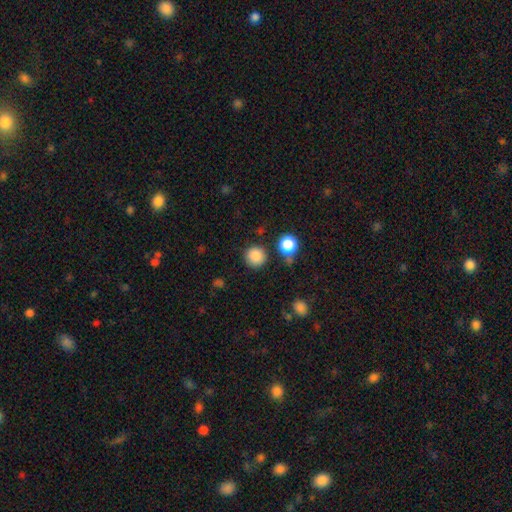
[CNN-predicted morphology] Smooth or featured: smooth — 86% (star or artifact — 10%)
How rounded: round — 94% (in between — 5%)
Merging: none — 83% (minor disturbance — 9%)